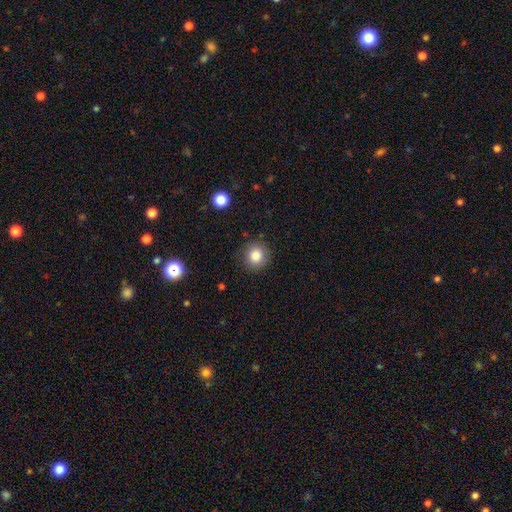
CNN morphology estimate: A smooth galaxy with no disk features (84%) that is round (90%). Merging: none (88%).